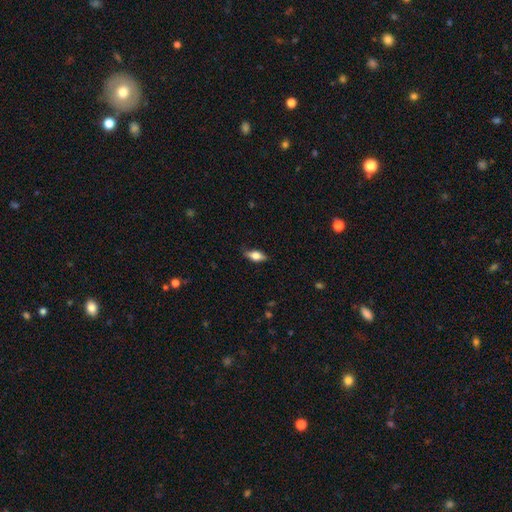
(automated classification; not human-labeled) Smooth or featured? smooth (63%)
How rounded? in between (78%)
Merging? none (77%)